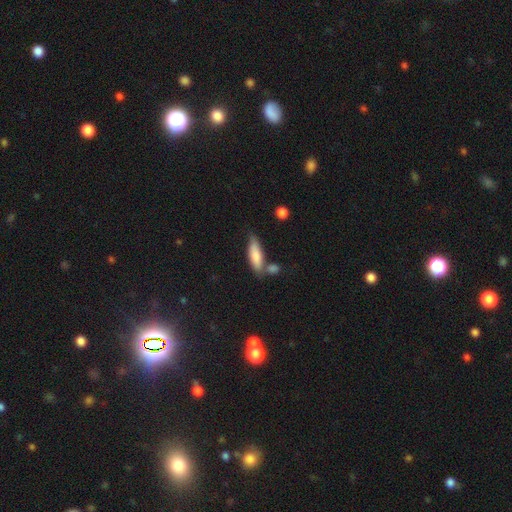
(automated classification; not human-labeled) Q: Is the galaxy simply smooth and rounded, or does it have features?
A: smooth — 79%.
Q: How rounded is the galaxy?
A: in between — 50%.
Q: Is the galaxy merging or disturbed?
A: none — 54%.